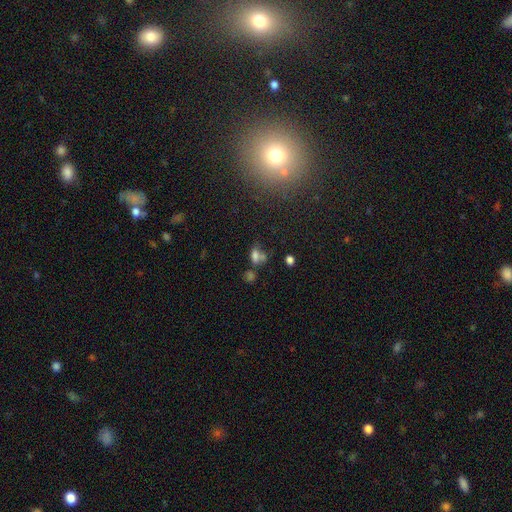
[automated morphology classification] This appears to be a smooth galaxy with no disk features (62%) that is in between round and cigar-shaped (73%). Merging: merger (44%).